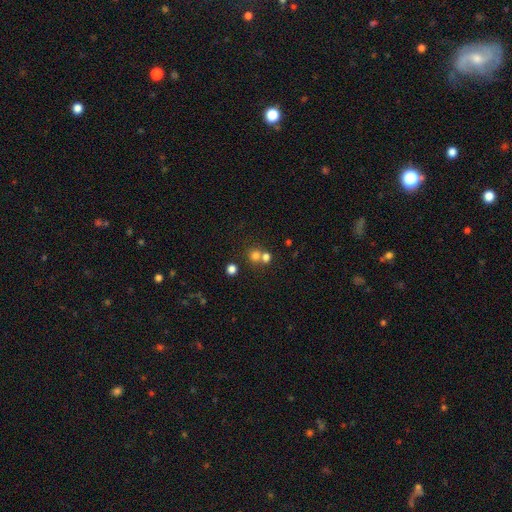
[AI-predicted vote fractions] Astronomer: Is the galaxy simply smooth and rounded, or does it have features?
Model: smooth — 73%.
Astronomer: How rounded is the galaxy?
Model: round — 86%.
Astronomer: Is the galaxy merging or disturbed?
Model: none — 51% (runner-up: merger, 40%).